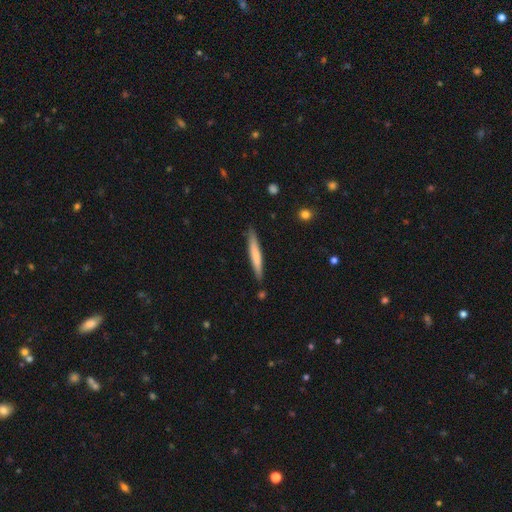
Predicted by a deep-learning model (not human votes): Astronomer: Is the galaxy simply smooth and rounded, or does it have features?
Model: smooth — 67%.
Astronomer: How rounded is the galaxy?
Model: cigar-shaped — 95%.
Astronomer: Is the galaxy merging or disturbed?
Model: none — 87%.